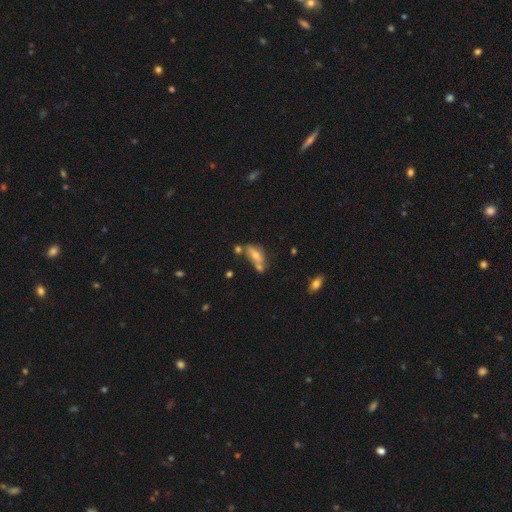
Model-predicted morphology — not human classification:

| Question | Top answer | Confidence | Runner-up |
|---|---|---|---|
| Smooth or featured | smooth | 54% | featured or disk (36%) |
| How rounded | in between | 74% | cigar-shaped (21%) |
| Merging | none | 38% | merger (33%) |